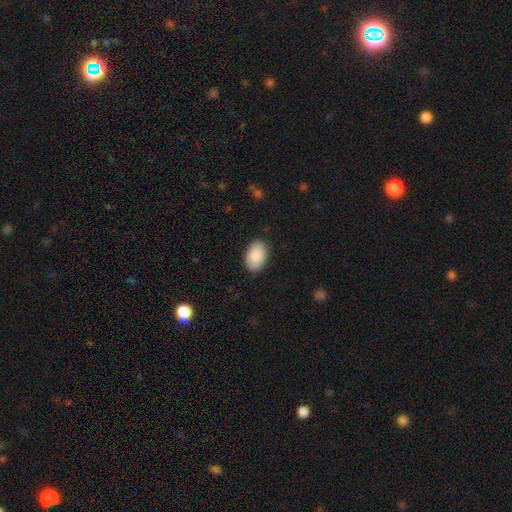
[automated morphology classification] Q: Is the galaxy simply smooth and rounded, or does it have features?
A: smooth — 89%.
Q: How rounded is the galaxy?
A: in between — 91%.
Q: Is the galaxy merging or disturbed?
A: none — 87%.